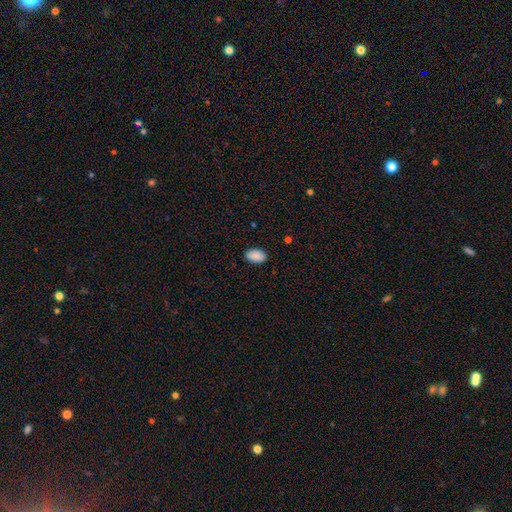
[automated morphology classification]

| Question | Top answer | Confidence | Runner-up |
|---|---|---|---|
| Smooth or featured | smooth | 90% | star or artifact (7%) |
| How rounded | in between | 92% | round (6%) |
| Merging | none | 88% | minor disturbance (9%) |